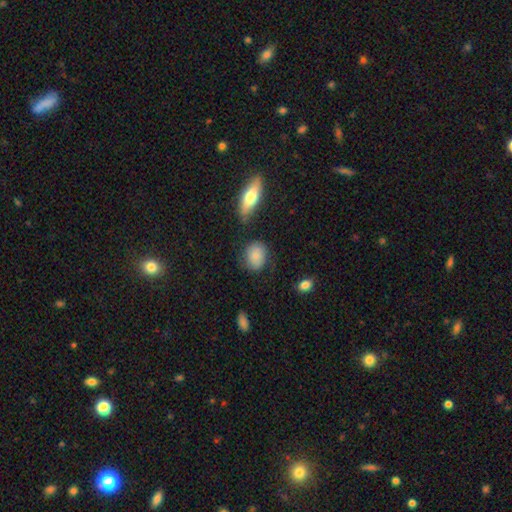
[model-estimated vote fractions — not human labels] smooth-or-featured: smooth: 79% | featured or disk: 13% | star or artifact: 8%
  how-rounded: round: 53% | in between: 46% | cigar-shaped: 2%
  merging: none: 70% | minor disturbance: 19% | major disturbance: 6% | merger: 4%